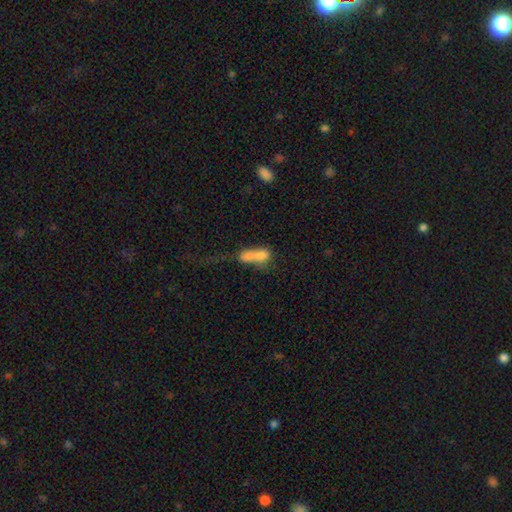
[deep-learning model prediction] Morphology: type=smooth (69%); roundness=in between (66%); merging=merger (49%).